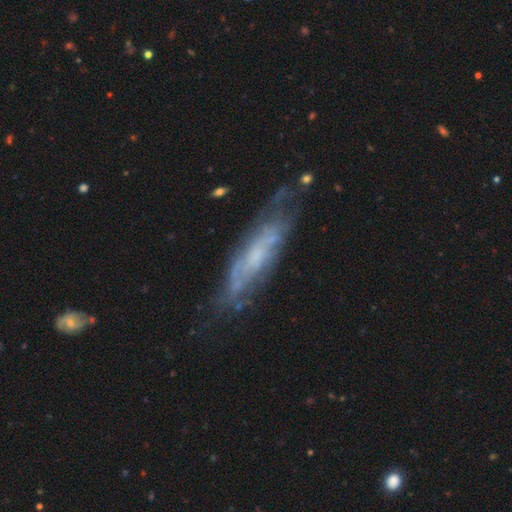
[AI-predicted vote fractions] Smooth or featured: featured or disk — 68% (smooth — 24%)
Edge-on disk: no — 63% (yes — 37%)
Merging: none — 65% (minor disturbance — 23%)